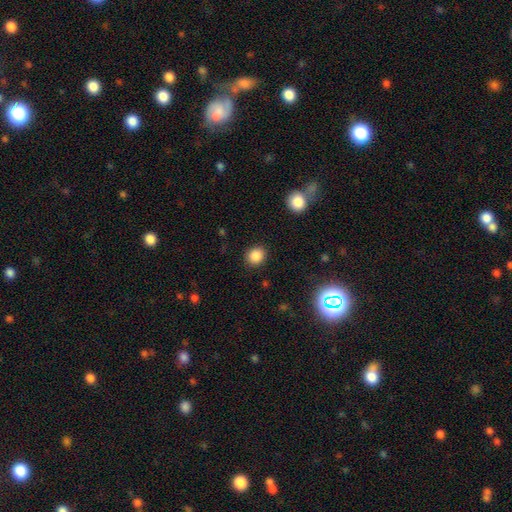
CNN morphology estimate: Overall: smooth (86%). How rounded: round (81%). Merging: none (90%).